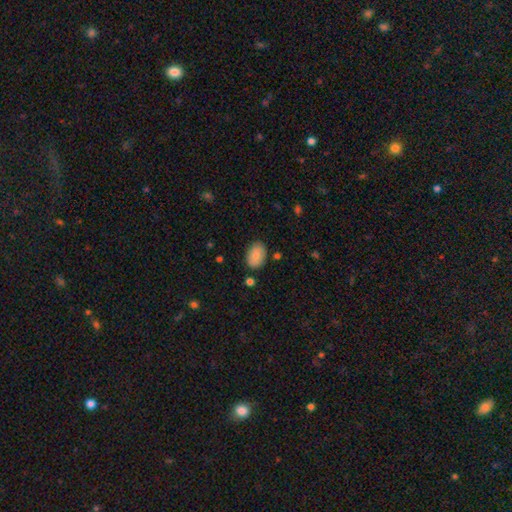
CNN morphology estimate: Q: Smooth or featured?
A: smooth (87%); runner-up: star or artifact (7%)
Q: How rounded?
A: in between (87%); runner-up: round (12%)
Q: Merging?
A: none (82%); runner-up: minor disturbance (13%)